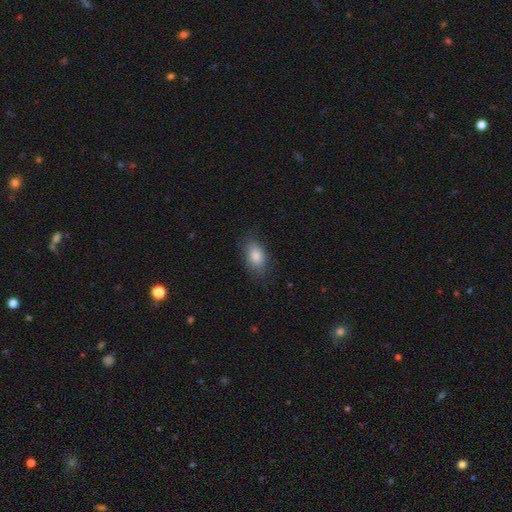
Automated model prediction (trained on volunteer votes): smooth-or-featured: smooth: 83% | star or artifact: 8% | featured or disk: 8%
  how-rounded: in between: 86% | round: 12% | cigar-shaped: 2%
  merging: none: 78% | minor disturbance: 17% | major disturbance: 4% | merger: 1%